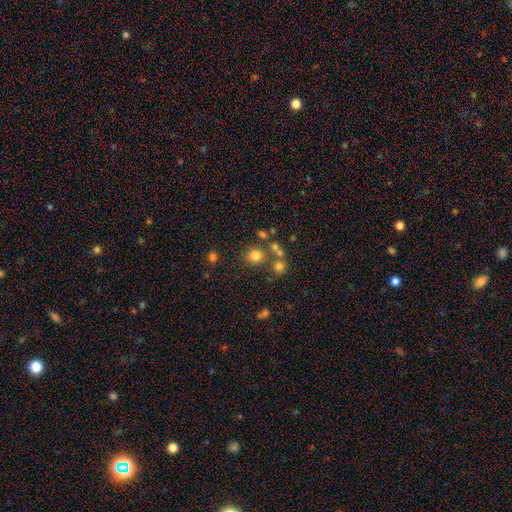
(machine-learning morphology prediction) This appears to be a smooth galaxy with no disk features (76%) that is round (83%). Merging: none (72%).